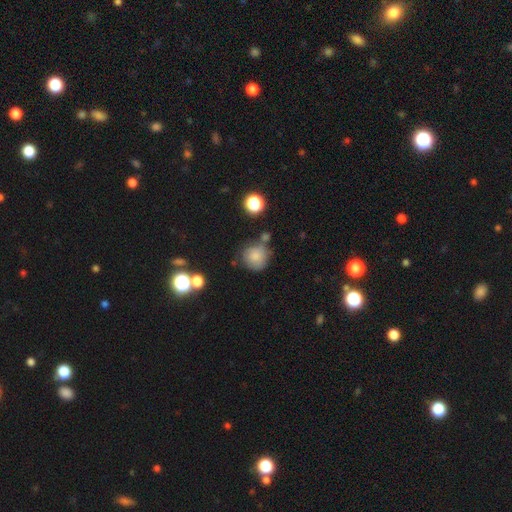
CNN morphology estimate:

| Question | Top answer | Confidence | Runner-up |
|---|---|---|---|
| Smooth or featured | smooth | 81% | star or artifact (11%) |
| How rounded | round | 90% | in between (9%) |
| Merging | none | 63% | minor disturbance (18%) |